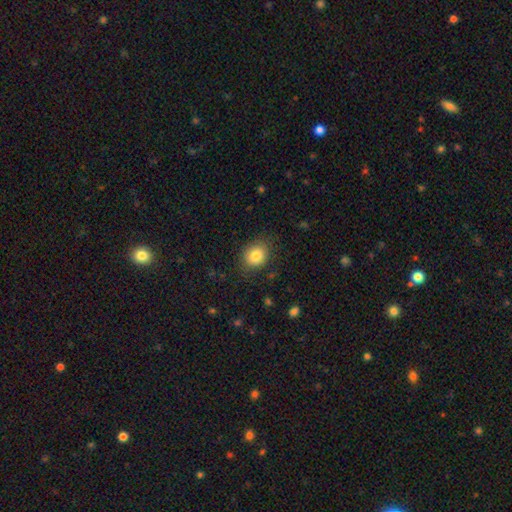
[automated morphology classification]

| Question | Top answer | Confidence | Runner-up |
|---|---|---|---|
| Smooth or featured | smooth | 82% | star or artifact (9%) |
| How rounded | round | 65% | in between (34%) |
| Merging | none | 81% | minor disturbance (13%) |